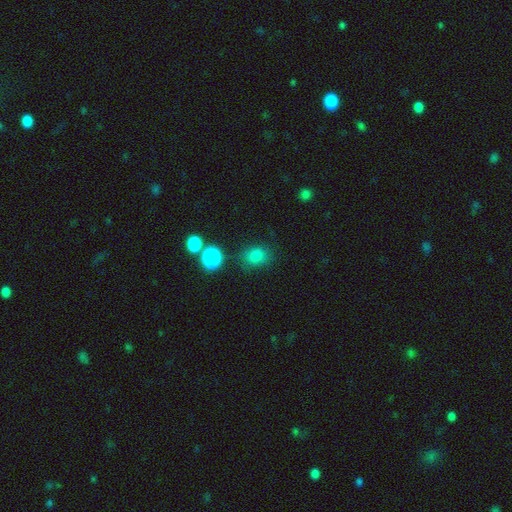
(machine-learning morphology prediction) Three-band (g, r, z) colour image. It shows a smooth galaxy with no disk features (79%) that is in between round and cigar-shaped (52%). Merging: none (75%).